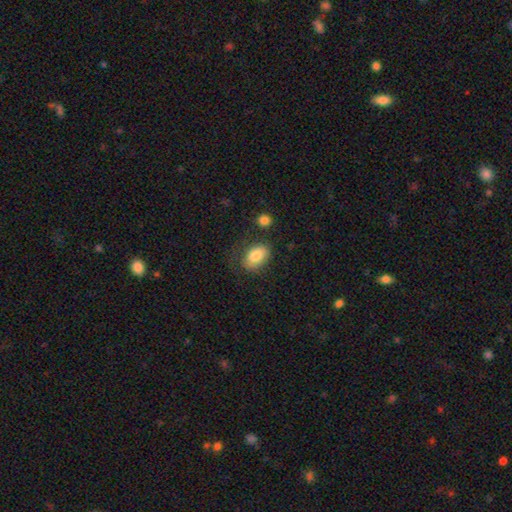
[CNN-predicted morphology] type=smooth (82%); roundness=in between (88%); merging=none (63%).